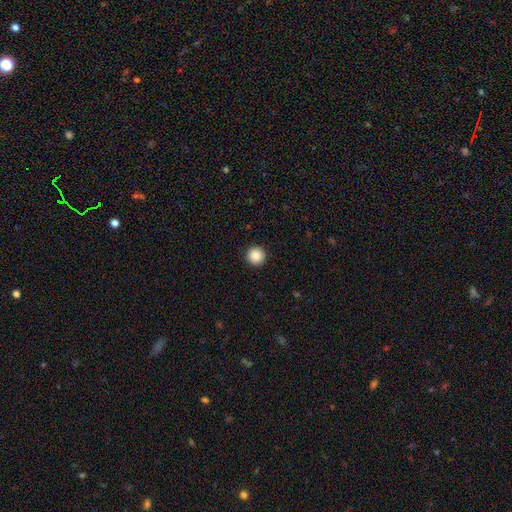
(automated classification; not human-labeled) Smooth or featured: smooth — 86% (star or artifact — 10%)
How rounded: round — 96% (in between — 3%)
Merging: none — 93% (minor disturbance — 4%)